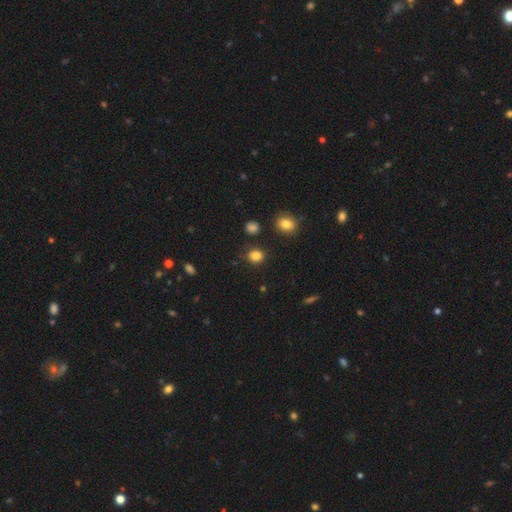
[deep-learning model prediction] Smooth or featured?
  - smooth: 84% *
  - star or artifact: 12%
  - featured or disk: 4%
How rounded?
  - round: 69% *
  - in between: 30%
  - cigar-shaped: 1%
Merging?
  - none: 83% *
  - minor disturbance: 10%
  - merger: 3%
  - major disturbance: 3%